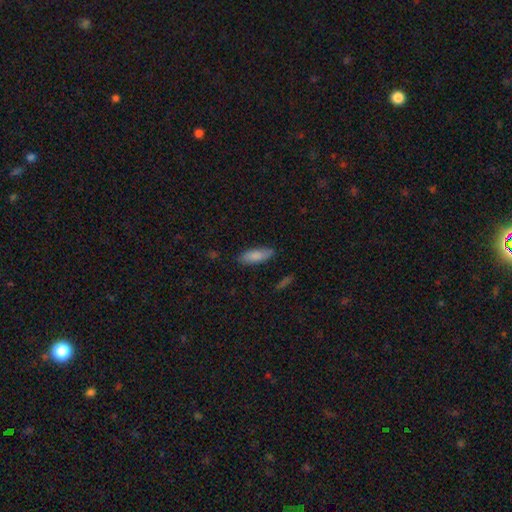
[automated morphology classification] Smooth or featured? Predicted: smooth (p=0.85). How rounded? Predicted: in between (p=0.62). Merging? Predicted: none (p=0.84).